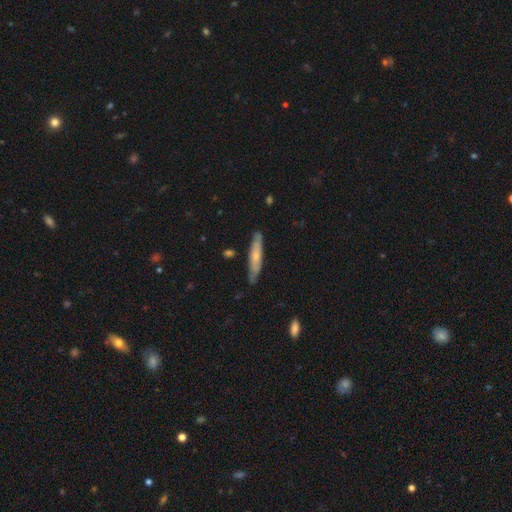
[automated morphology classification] smooth_or_featured: smooth (p=0.49) [alt: featured or disk p=0.45]
merging: none (p=0.79) [alt: minor disturbance p=0.16]